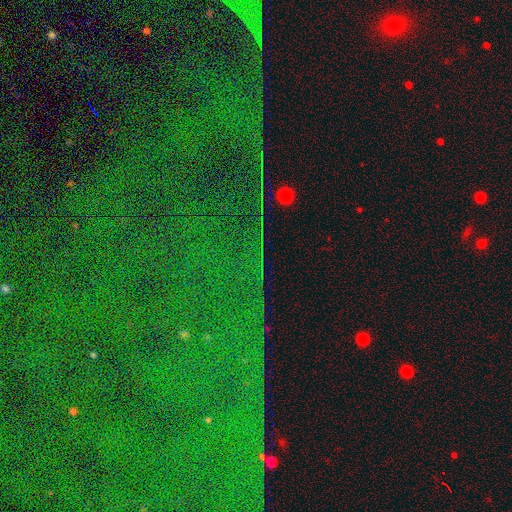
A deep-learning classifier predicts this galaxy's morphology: A star or artifact, not a galaxy (86%).

Vote fractions:
- Smooth or featured? star or artifact: 86% / featured or disk: 8% / smooth: 7%